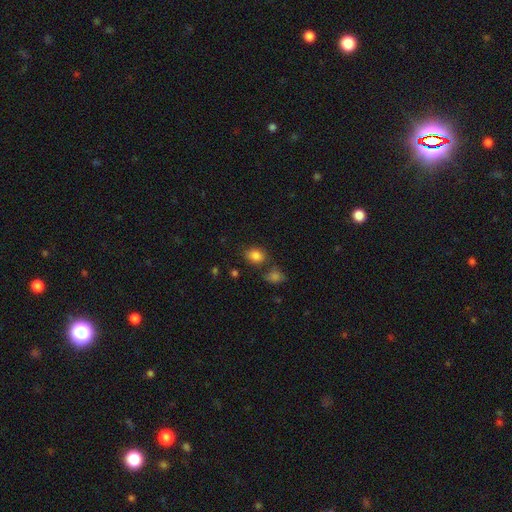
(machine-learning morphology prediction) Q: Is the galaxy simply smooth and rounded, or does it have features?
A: smooth — 84%.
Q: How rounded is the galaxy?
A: in between — 59%.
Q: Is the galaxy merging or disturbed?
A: none — 71%.